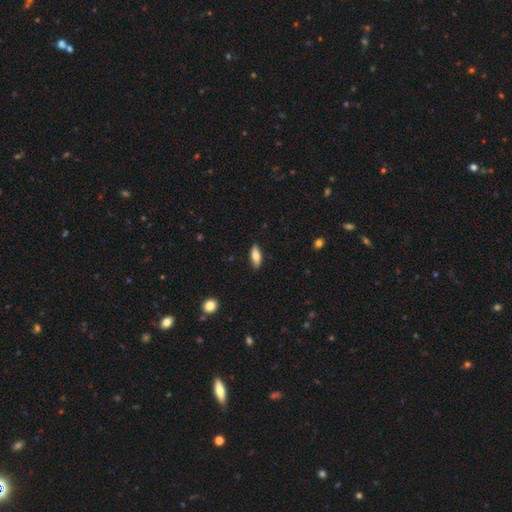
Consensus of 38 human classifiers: Smooth or featured?
  - smooth: 79% *
  - featured or disk: 18%
  - star or artifact: 3%
How rounded?
  - in between: 60% *
  - cigar-shaped: 40%
  - round: 0%
Merging?
  - none: 84% *
  - minor disturbance: 16%
  - major disturbance: 0%
  - merger: 0%